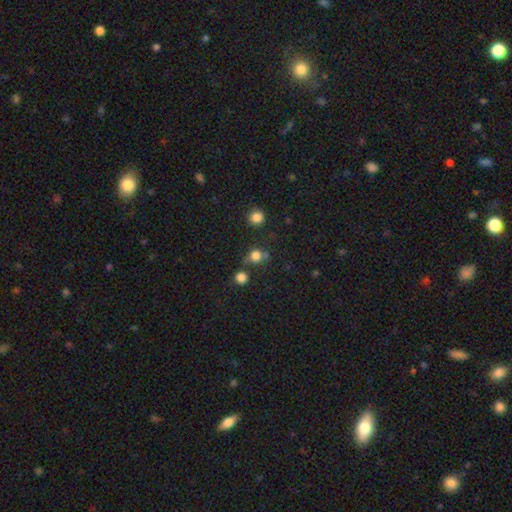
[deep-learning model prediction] The model was most divided on "merging": none: 65%, merger: 17%, minor disturbance: 13%, major disturbance: 5%. More confident: how rounded — round (84%); smooth or featured — smooth (75%).